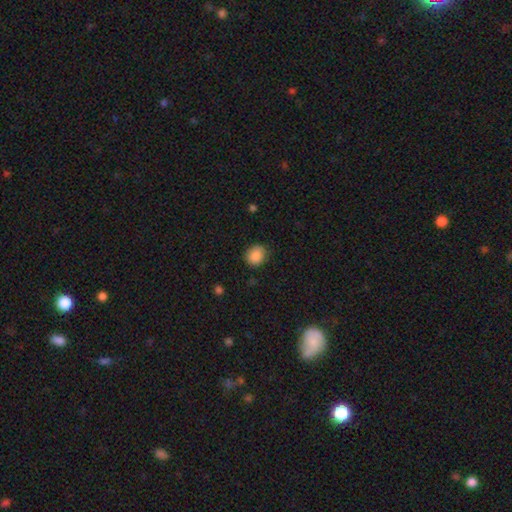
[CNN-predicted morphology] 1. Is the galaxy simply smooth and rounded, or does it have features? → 87% smooth, 9% star or artifact, 4% featured or disk.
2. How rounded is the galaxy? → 74% round, 25% in between, 1% cigar-shaped.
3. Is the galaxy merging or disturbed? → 83% none, 13% minor disturbance, 3% major disturbance, 1% merger.